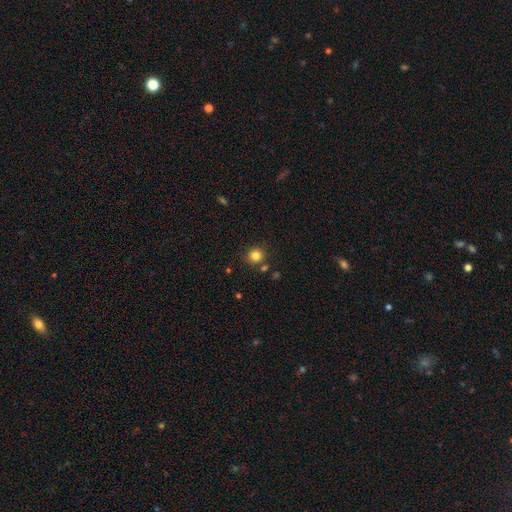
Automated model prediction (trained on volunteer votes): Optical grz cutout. It shows a smooth galaxy with no disk features (82%) that is round (91%). Merging: none (83%).